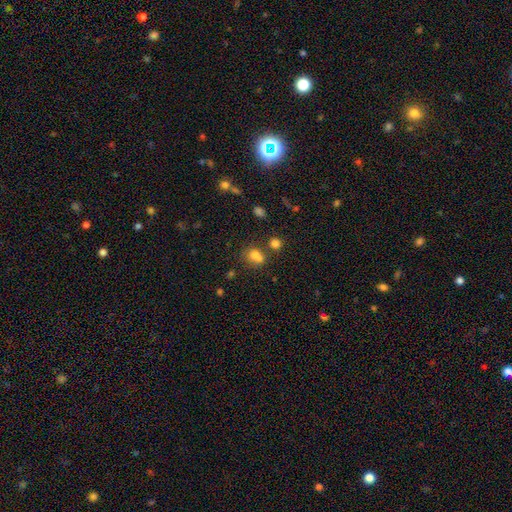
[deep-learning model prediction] Morphology: type=smooth (73%); roundness=in between (51%); merging=none (42%).